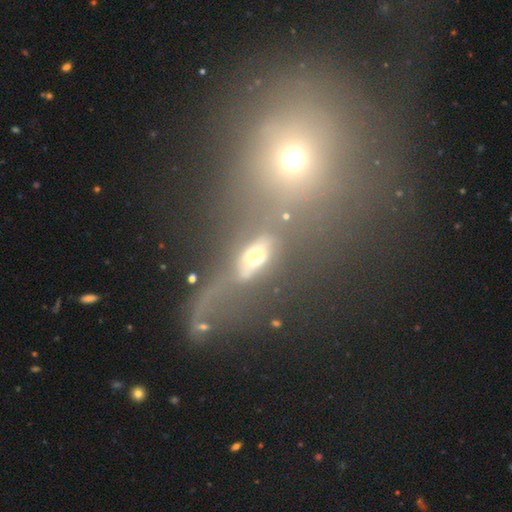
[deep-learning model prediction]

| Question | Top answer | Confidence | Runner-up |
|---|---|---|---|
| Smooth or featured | featured or disk | 41% | smooth (39%) |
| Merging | none | 35% | major disturbance (27%) |